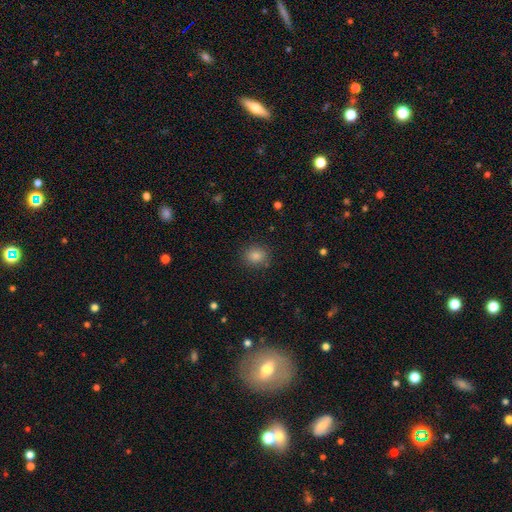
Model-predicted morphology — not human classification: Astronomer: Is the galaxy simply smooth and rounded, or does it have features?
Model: smooth — 80%.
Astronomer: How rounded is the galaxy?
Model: round — 70%.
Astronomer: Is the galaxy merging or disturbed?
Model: none — 89%.